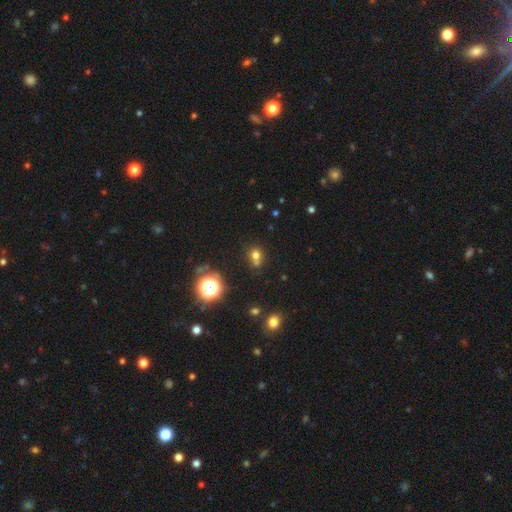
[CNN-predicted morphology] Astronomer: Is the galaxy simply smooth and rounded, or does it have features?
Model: smooth — 66%.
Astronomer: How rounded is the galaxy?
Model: round — 74%.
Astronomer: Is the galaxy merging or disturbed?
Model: none — 54%.